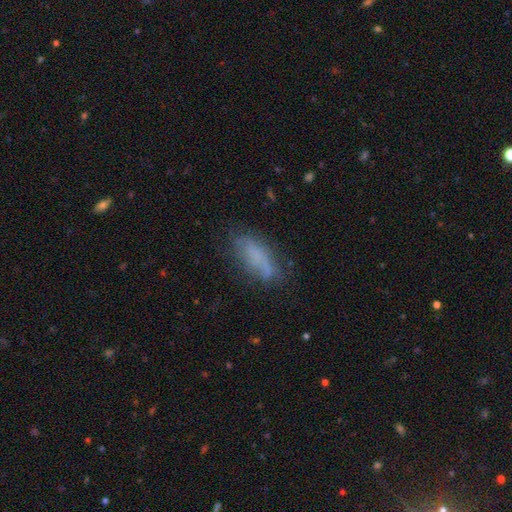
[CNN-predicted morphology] Smooth or featured?
  - smooth: 60% *
  - featured or disk: 28%
  - star or artifact: 12%
How rounded?
  - in between: 75% *
  - cigar-shaped: 22%
  - round: 3%
Merging?
  - none: 57% *
  - minor disturbance: 26%
  - major disturbance: 14%
  - merger: 3%